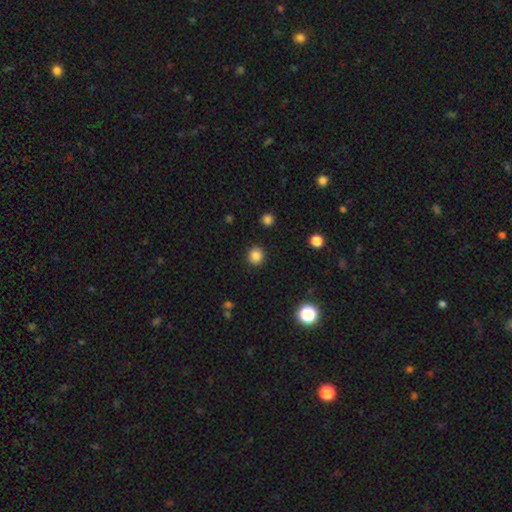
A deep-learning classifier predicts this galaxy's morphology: Smooth or featured?
  - smooth: 85% *
  - star or artifact: 12%
  - featured or disk: 3%
How rounded?
  - round: 88% *
  - in between: 11%
  - cigar-shaped: 1%
Merging?
  - none: 90% *
  - minor disturbance: 6%
  - major disturbance: 2%
  - merger: 1%